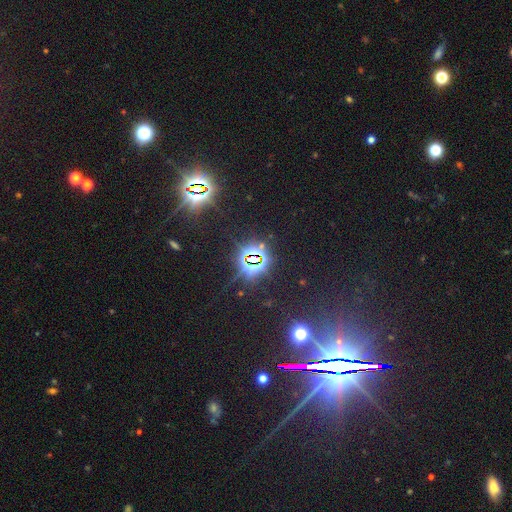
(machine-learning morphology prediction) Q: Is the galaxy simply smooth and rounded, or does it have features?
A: star or artifact — 83%.